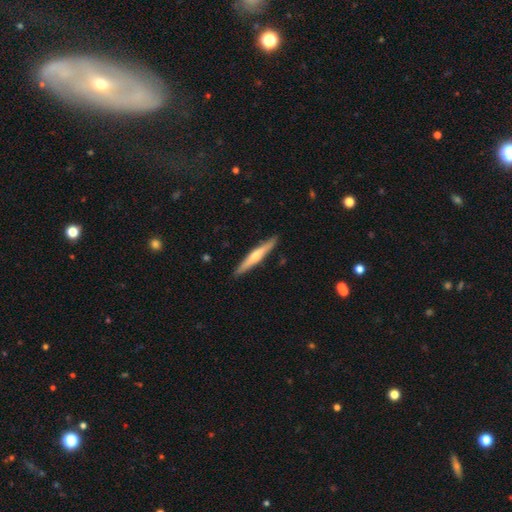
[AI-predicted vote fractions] Smooth or featured? featured or disk (53%)
Edge-on disk? yes (96%)
Edge-on bulge? rounded (76%)
Merging? none (89%)